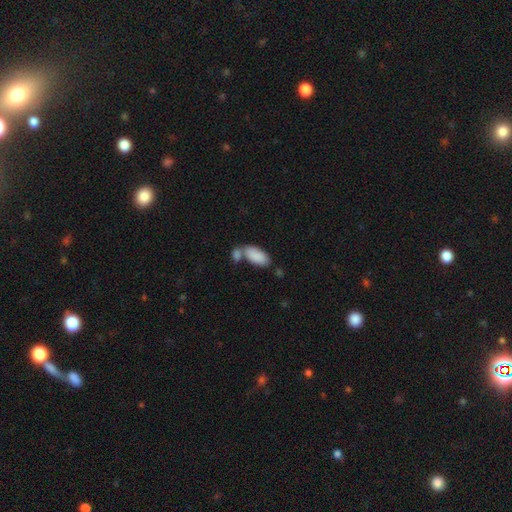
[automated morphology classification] This is clearly a smooth galaxy (88%). How rounded: clearly in between (92%). Merging: marginally none (43%).